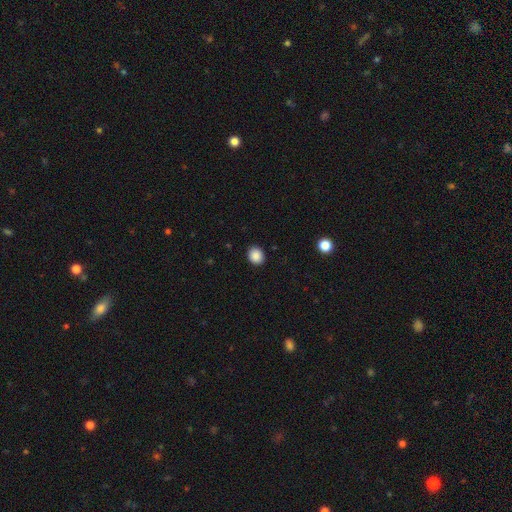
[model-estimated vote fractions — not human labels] Q: Smooth or featured?
A: smooth (88%); runner-up: star or artifact (9%)
Q: How rounded?
A: round (68%); runner-up: in between (31%)
Q: Merging?
A: none (91%); runner-up: minor disturbance (6%)